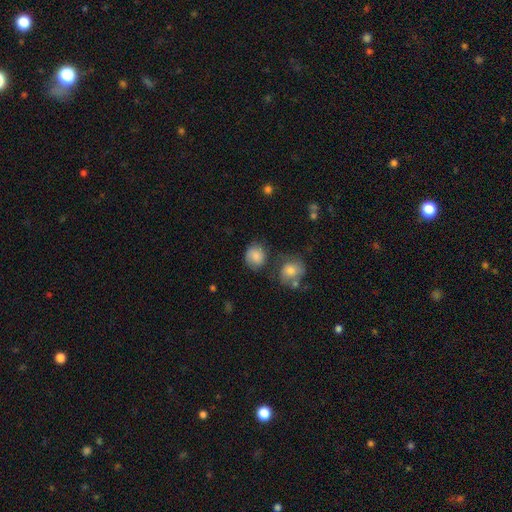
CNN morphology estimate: This is clearly a smooth galaxy (83%). How rounded: likely round (77%). Merging: likely none (65%).